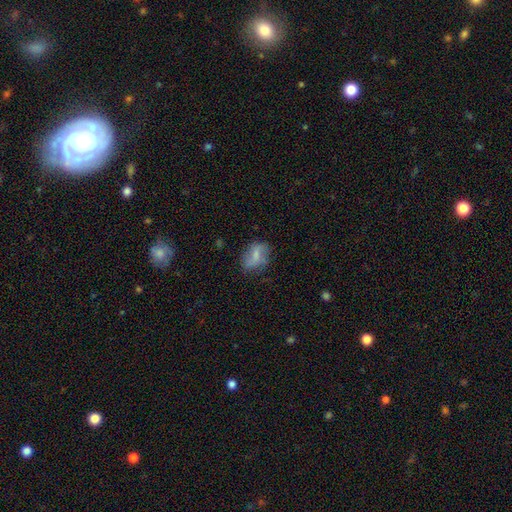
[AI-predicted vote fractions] Smooth or featured? Predicted: smooth (p=0.53). How rounded? Predicted: in between (p=0.76). Merging? Predicted: none (p=0.61).